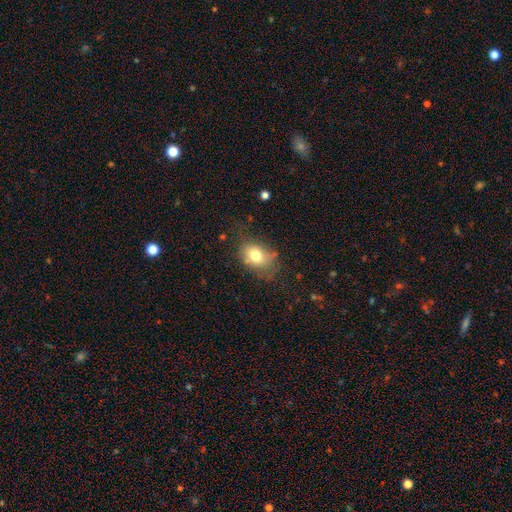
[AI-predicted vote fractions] Q: Smooth or featured?
A: smooth (74%); runner-up: featured or disk (16%)
Q: How rounded?
A: in between (72%); runner-up: round (27%)
Q: Merging?
A: none (59%); runner-up: minor disturbance (26%)